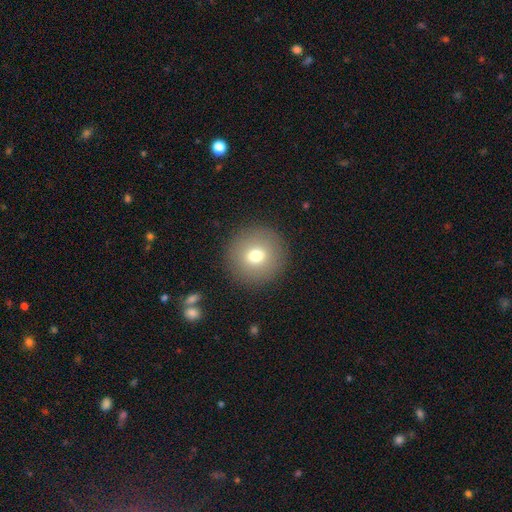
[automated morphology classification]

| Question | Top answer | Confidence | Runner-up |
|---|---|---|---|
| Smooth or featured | smooth | 72% | featured or disk (16%) |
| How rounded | round | 95% | in between (4%) |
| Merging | none | 91% | minor disturbance (6%) |